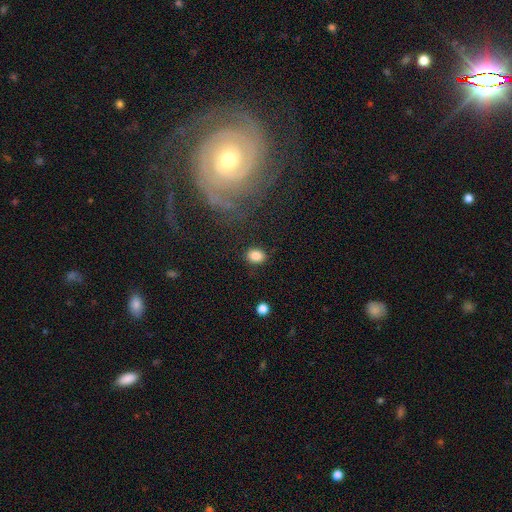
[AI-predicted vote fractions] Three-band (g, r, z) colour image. It shows a smooth galaxy with no disk features (85%) that is in between round and cigar-shaped (56%). Merging: none (84%).